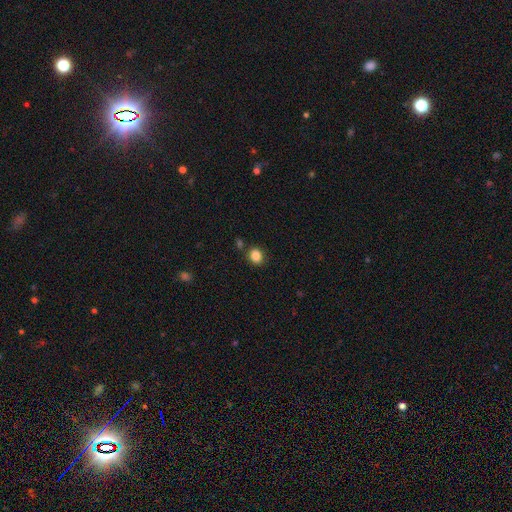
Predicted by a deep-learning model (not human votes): This is clearly a smooth galaxy (85%). How rounded: likely round (68%). Merging: clearly none (83%).